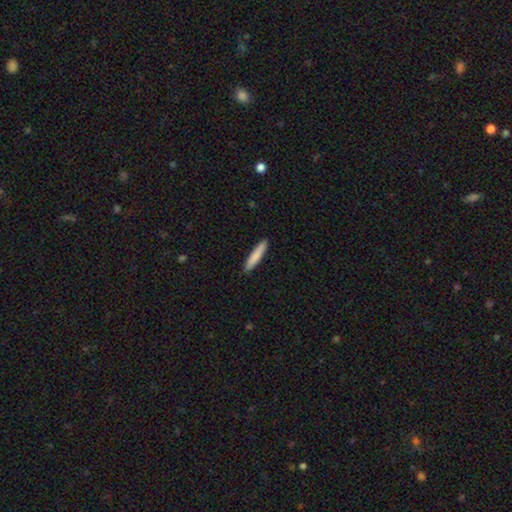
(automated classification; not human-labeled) Smooth or featured: smooth — 83% (featured or disk — 12%)
How rounded: cigar-shaped — 91% (in between — 8%)
Merging: none — 90% (minor disturbance — 7%)